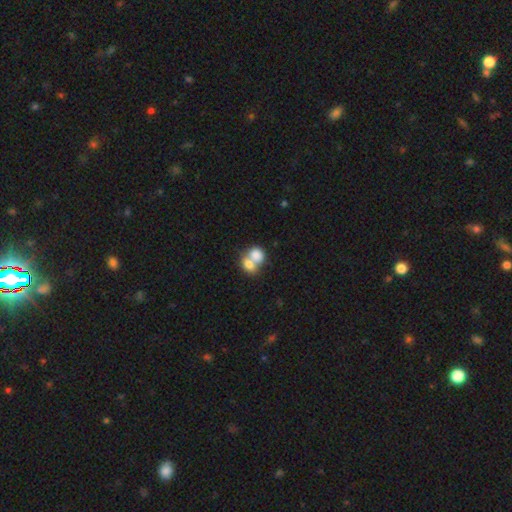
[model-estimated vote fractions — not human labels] smooth_or_featured: smooth (p=0.78) [alt: featured or disk p=0.14]
how_rounded: round (p=0.52) [alt: in between p=0.47]
merging: merger (p=0.71) [alt: none p=0.20]